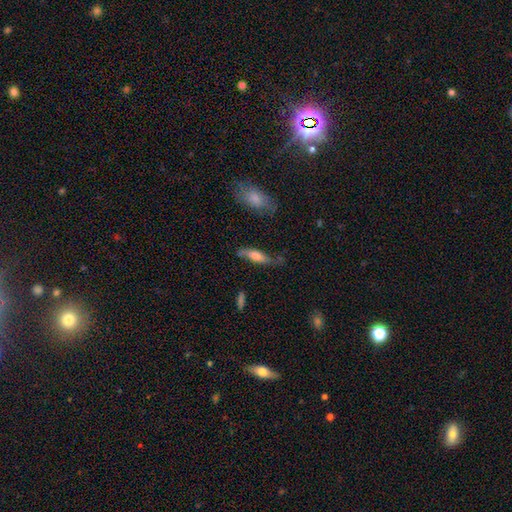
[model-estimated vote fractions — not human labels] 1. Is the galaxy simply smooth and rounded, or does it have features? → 59% smooth, 34% featured or disk, 7% star or artifact.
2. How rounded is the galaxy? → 55% cigar-shaped, 43% in between, 2% round.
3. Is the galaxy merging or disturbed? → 61% none, 27% minor disturbance, 8% major disturbance, 5% merger.